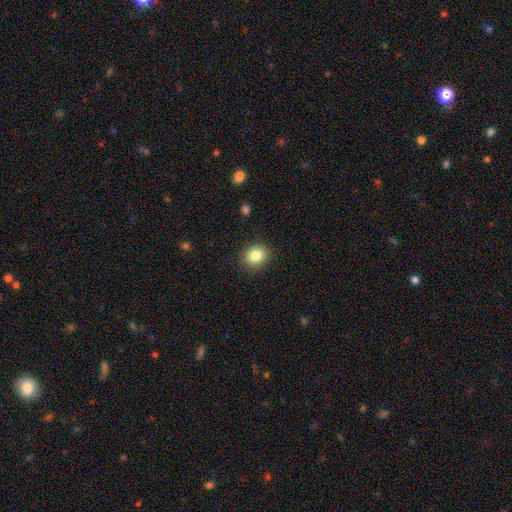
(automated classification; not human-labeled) smooth-or-featured: smooth: 84% | star or artifact: 10% | featured or disk: 7%
  how-rounded: round: 66% | in between: 33% | cigar-shaped: 1%
  merging: none: 88% | minor disturbance: 8% | major disturbance: 2% | merger: 1%